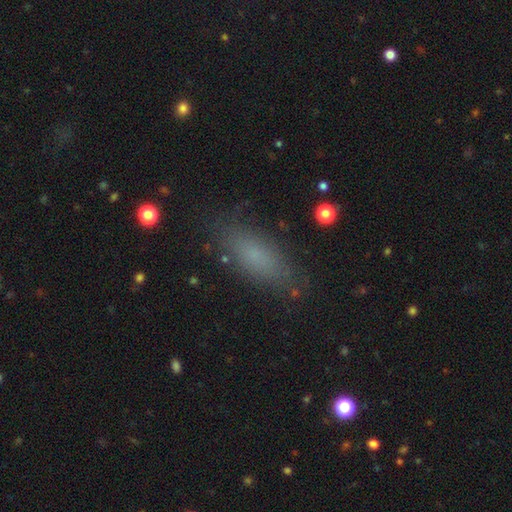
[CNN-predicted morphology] Q: Smooth or featured?
A: smooth (74%); runner-up: featured or disk (13%)
Q: How rounded?
A: in between (69%); runner-up: cigar-shaped (28%)
Q: Merging?
A: none (81%); runner-up: minor disturbance (13%)